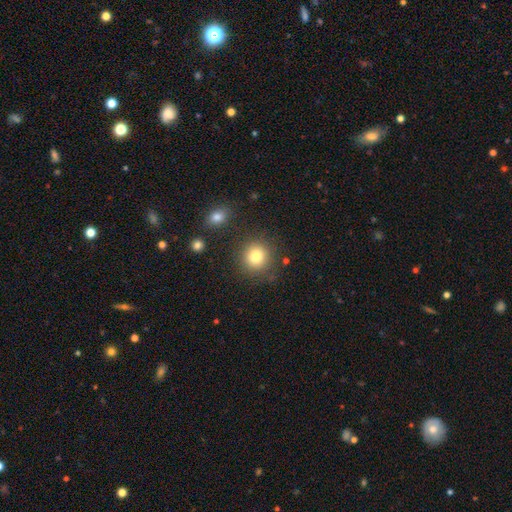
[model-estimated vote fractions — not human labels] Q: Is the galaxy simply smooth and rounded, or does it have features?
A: smooth — 80%.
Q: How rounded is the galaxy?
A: round — 89%.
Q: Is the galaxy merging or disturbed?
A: none — 84%.